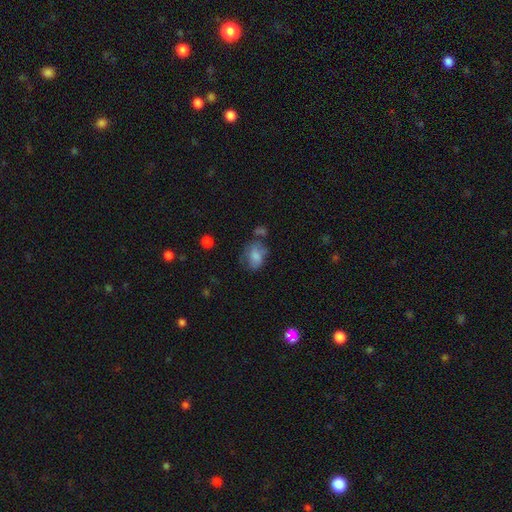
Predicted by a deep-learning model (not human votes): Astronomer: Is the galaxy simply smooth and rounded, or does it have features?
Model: smooth — 69%.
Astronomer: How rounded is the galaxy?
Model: in between — 73%.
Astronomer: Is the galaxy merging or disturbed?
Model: none — 42% (runner-up: minor disturbance, 28%).